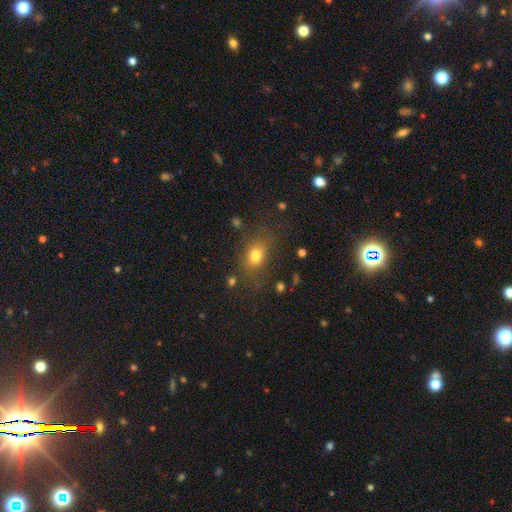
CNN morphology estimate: Smooth or featured? Predicted: smooth (p=0.76). How rounded? Predicted: in between (p=0.66). Merging? Predicted: none (p=0.70).